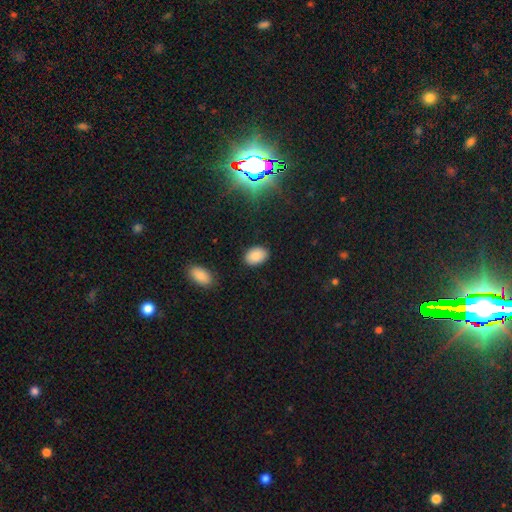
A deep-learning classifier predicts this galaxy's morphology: Overall: smooth (86%). How rounded: in between (85%). Merging: none (87%).